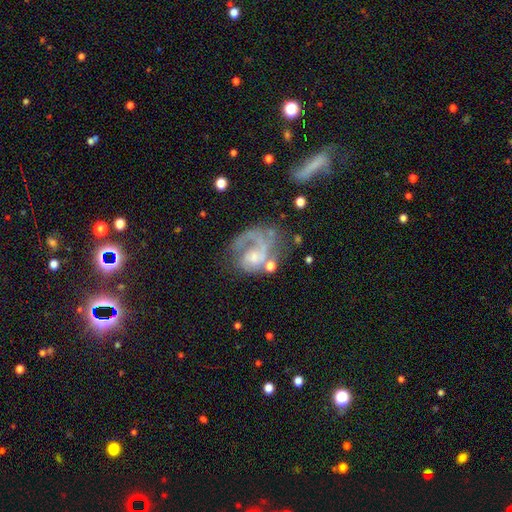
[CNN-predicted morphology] Smooth or featured? featured or disk (78%)
Edge-on disk? no (98%)
Bar? no (69%)
Spiral arms? yes (87%)
Spiral winding? medium (39%)
Spiral arm count? 1 (70%)
Bulge size? small (44%)
Merging? none (41%)